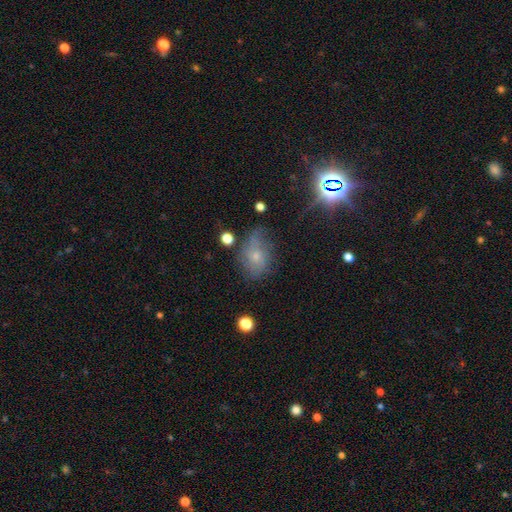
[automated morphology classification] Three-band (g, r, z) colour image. It shows a smooth galaxy with no disk features (43%). Merging: none (51%).